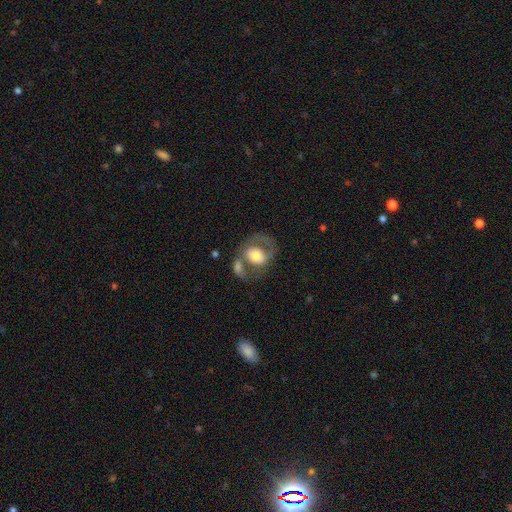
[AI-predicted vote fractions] Morphology: type=featured or disk (49%); merging=none (38%).